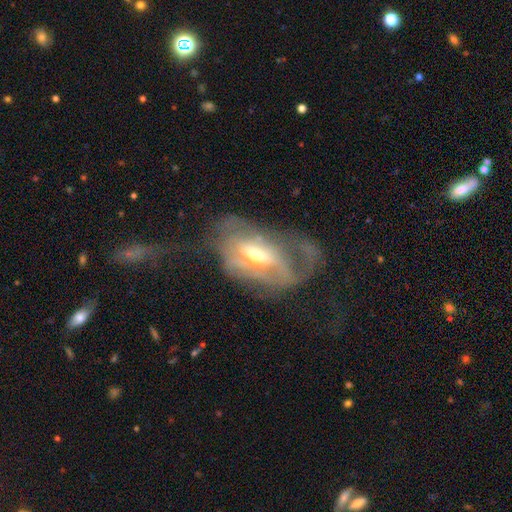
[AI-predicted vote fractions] Smooth or featured?
  - featured or disk: 67% *
  - smooth: 25%
  - star or artifact: 8%
Edge-on disk?
  - no: 88% *
  - yes: 12%
Bar?
  - no: 39% *
  - weak: 38%
  - strong: 23%
Spiral arms?
  - yes: 52% *
  - no: 48%
Bulge size?
  - moderate: 55% *
  - small: 35%
  - large: 7%
  - none: 2%
  - dominant: 1%
Merging?
  - major disturbance: 53% *
  - none: 23%
  - minor disturbance: 20%
  - merger: 4%